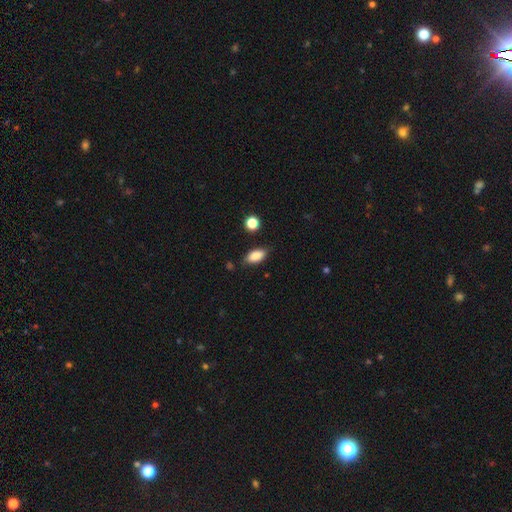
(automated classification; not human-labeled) Smooth or featured: smooth — 86% (star or artifact — 8%)
How rounded: in between — 88% (cigar-shaped — 7%)
Merging: none — 79% (minor disturbance — 16%)